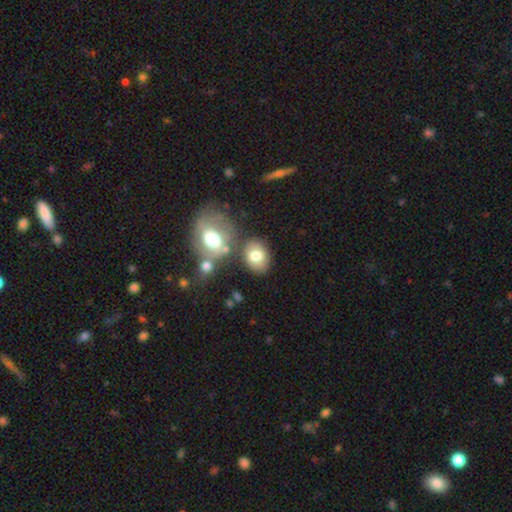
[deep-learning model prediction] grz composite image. It shows a smooth galaxy with no disk features (75%) that is in between round and cigar-shaped (60%). Merging: none (65%).